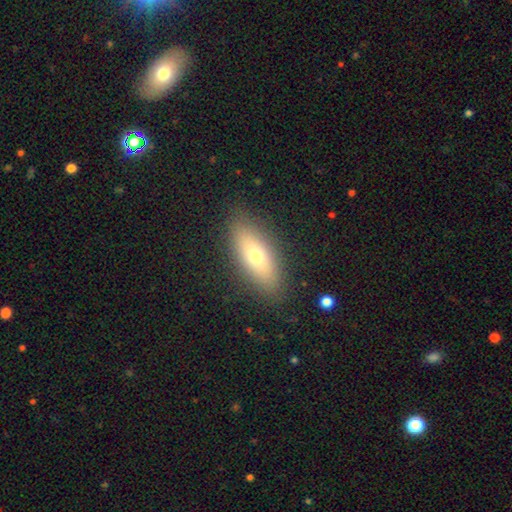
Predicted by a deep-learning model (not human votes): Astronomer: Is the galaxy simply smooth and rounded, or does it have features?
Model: smooth — 65%.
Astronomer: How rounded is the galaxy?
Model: in between — 65%.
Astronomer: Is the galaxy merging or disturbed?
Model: none — 88%.